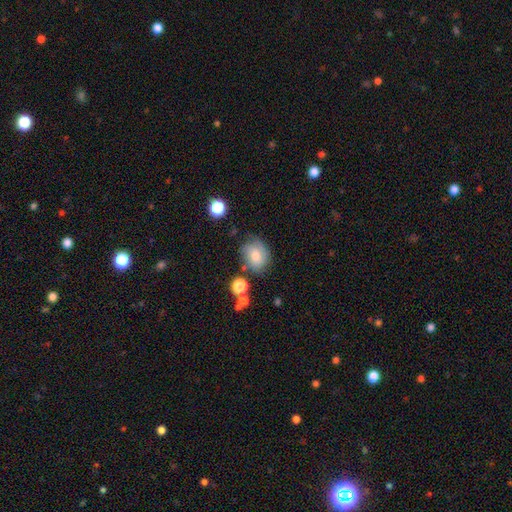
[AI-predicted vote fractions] This is likely a smooth galaxy (73%). How rounded: possibly round (58%). Merging: likely none (65%).